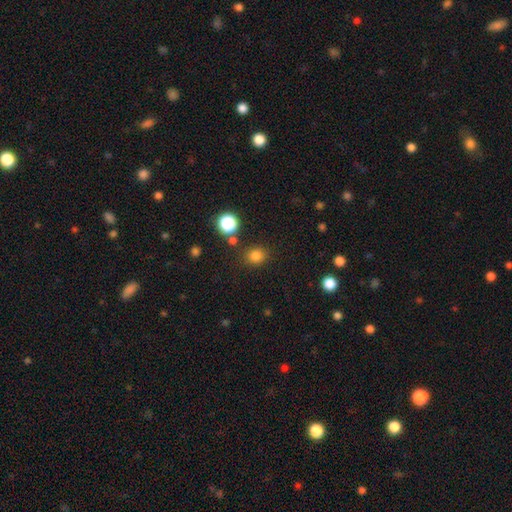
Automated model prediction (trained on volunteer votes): smooth-or-featured: smooth: 80% | star or artifact: 16% | featured or disk: 4%
  how-rounded: round: 82% | in between: 17% | cigar-shaped: 1%
  merging: none: 83% | minor disturbance: 9% | merger: 5% | major disturbance: 3%